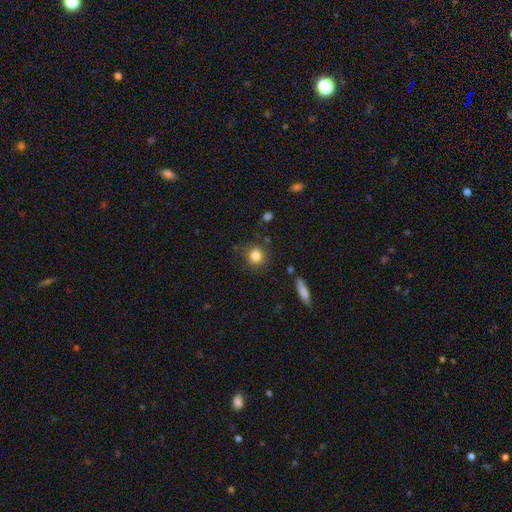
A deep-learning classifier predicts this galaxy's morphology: Smooth or featured?
  - smooth: 83% *
  - star or artifact: 10%
  - featured or disk: 6%
How rounded?
  - round: 88% *
  - in between: 11%
  - cigar-shaped: 1%
Merging?
  - none: 83% *
  - minor disturbance: 11%
  - major disturbance: 3%
  - merger: 3%